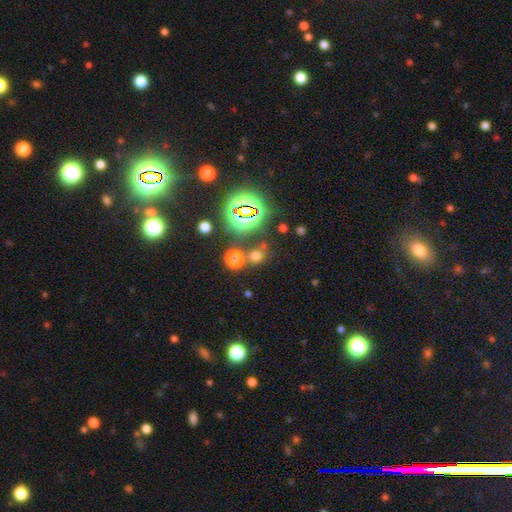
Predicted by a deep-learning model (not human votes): smooth-or-featured: smooth: 56% | star or artifact: 37% | featured or disk: 7%
  how-rounded: round: 80% | in between: 19% | cigar-shaped: 1%
  merging: none: 69% | merger: 17% | minor disturbance: 10% | major disturbance: 5%